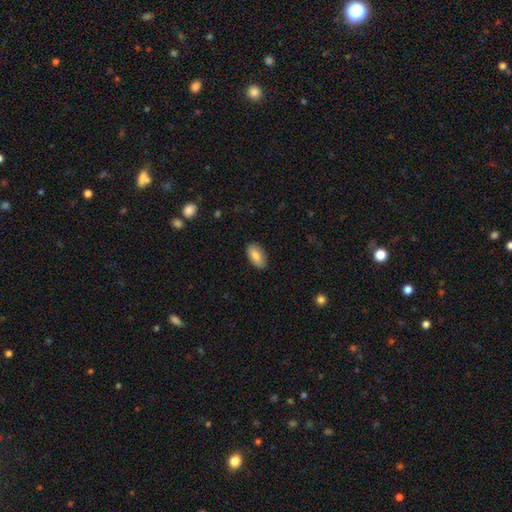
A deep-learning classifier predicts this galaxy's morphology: The model was most divided on "smooth or featured": smooth: 83%, featured or disk: 10%, star or artifact: 6%. More confident: how rounded — in between (93%); merging — none (88%).